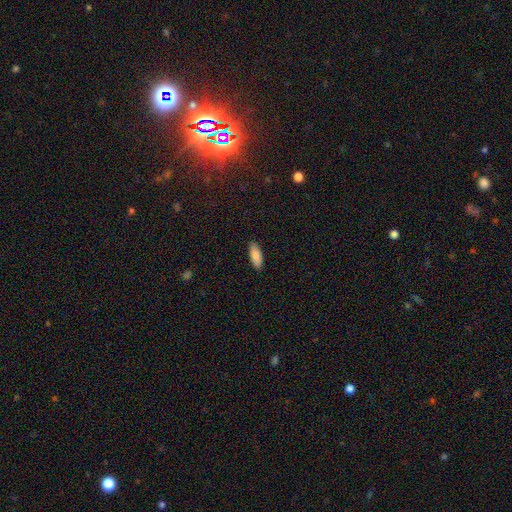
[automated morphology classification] This appears to be a smooth galaxy with no disk features (88%) that is in between round and cigar-shaped (72%). Merging: none (88%).